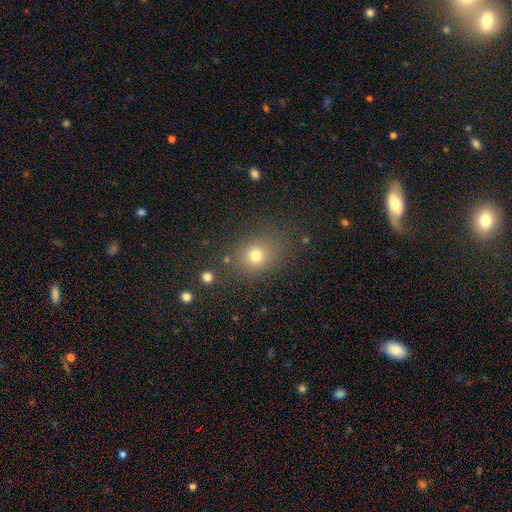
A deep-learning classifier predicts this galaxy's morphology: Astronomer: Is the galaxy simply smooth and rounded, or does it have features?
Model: smooth — 73%.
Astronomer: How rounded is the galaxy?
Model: round — 59% (runner-up: in between, 39%).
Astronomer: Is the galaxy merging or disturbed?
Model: none — 79%.